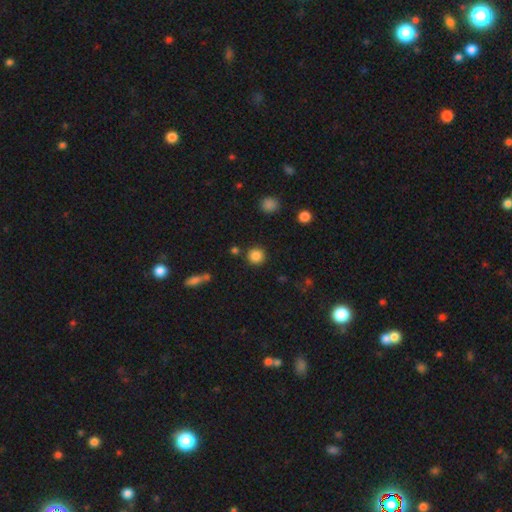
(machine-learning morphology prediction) The model was most divided on "smooth or featured": smooth: 85%, star or artifact: 11%, featured or disk: 4%. More confident: how rounded — round (94%); merging — none (87%).